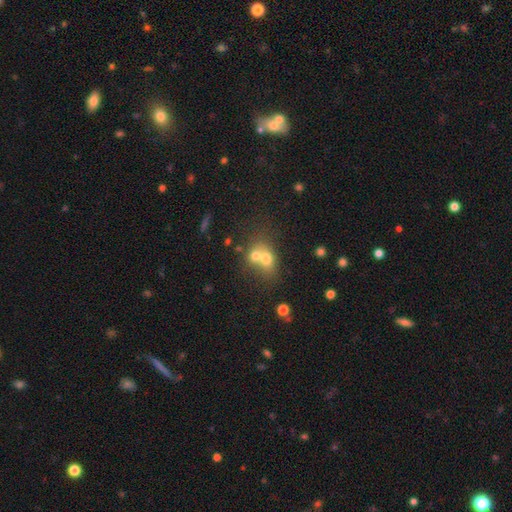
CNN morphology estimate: Smooth or featured? Predicted: smooth (p=0.65). How rounded? Predicted: round (p=0.51). Merging? Predicted: merger (p=0.66).